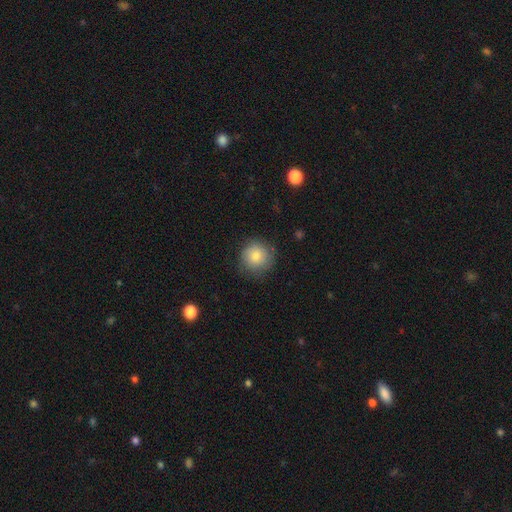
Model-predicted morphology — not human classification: This appears to be a smooth galaxy with no disk features (81%) that is round (93%). Merging: none (82%).